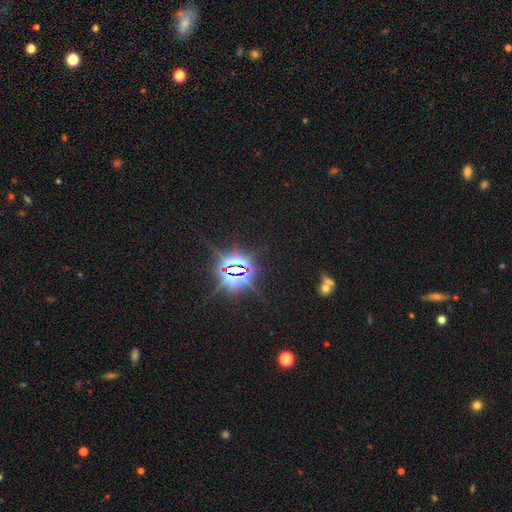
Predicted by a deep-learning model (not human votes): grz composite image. It shows a star or artifact, not a galaxy (84%).